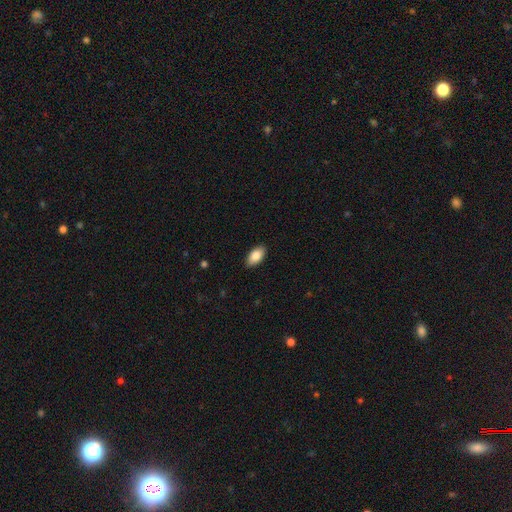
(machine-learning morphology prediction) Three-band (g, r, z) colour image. It shows a smooth galaxy with no disk features (86%) that is in between round and cigar-shaped (94%). Merging: none (88%).